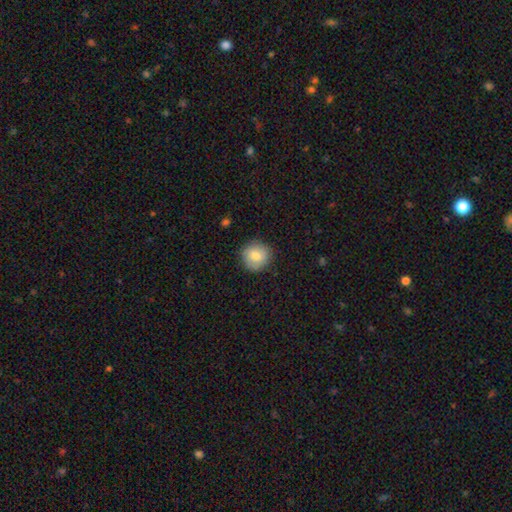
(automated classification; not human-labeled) Smooth or featured? Predicted: smooth (p=0.79). How rounded? Predicted: round (p=0.93). Merging? Predicted: none (p=0.88).